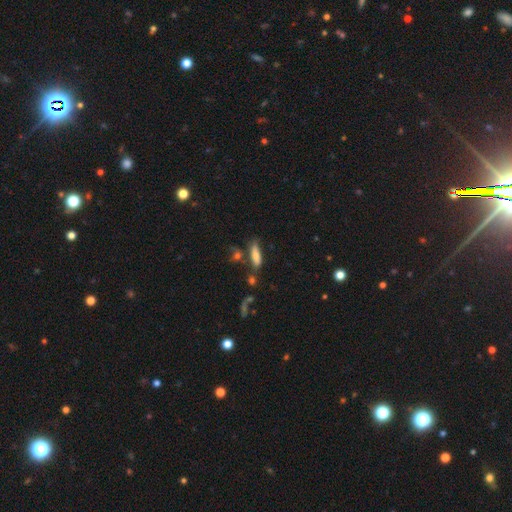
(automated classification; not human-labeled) Overall: smooth (74%). How rounded: cigar-shaped (50%; in between 47%). Merging: none (55%; minor disturbance 21%).